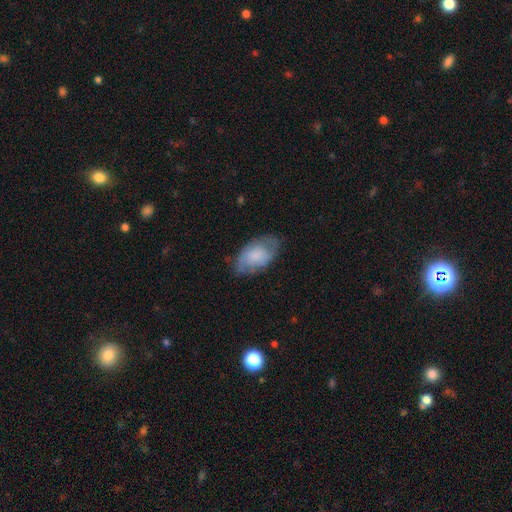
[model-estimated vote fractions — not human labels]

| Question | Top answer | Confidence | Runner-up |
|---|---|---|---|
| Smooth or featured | smooth | 62% | featured or disk (31%) |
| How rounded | in between | 93% | round (5%) |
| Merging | none | 61% | minor disturbance (27%) |